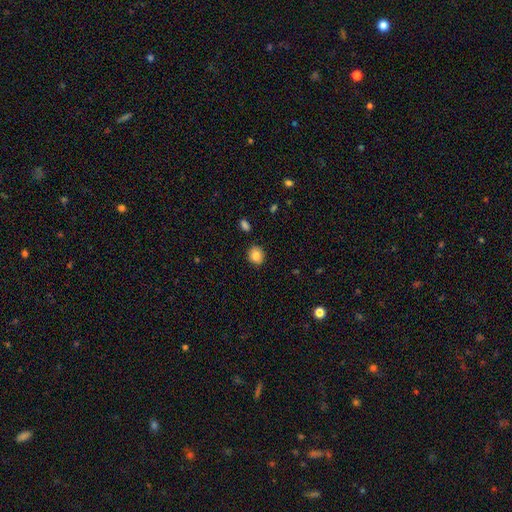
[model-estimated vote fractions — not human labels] smooth 83%, star or artifact 9%, featured or disk 8%. Down the decision tree: how rounded — round (75%); merging — none (88%).